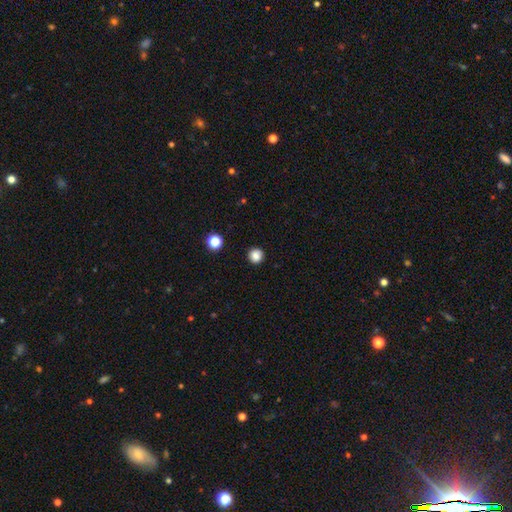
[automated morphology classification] This is clearly a smooth galaxy (85%). How rounded: clearly round (94%). Merging: clearly none (91%).